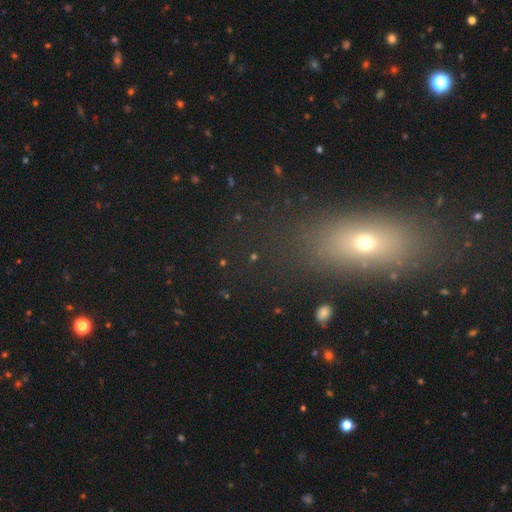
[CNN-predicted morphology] Smooth or featured? smooth (55%)
How rounded? in between (65%)
Merging? none (83%)